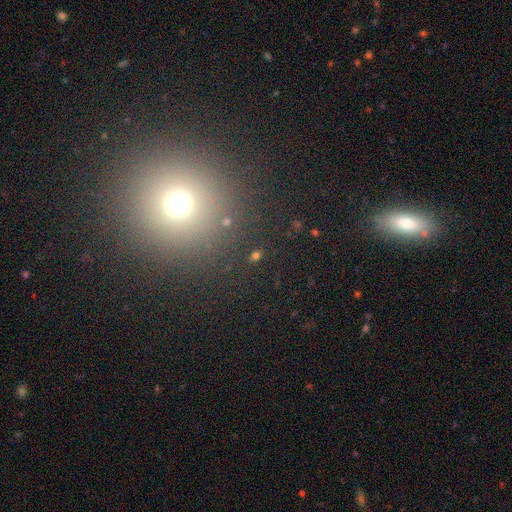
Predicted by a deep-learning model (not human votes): Morphology: type=smooth (50%); merging=none (83%).